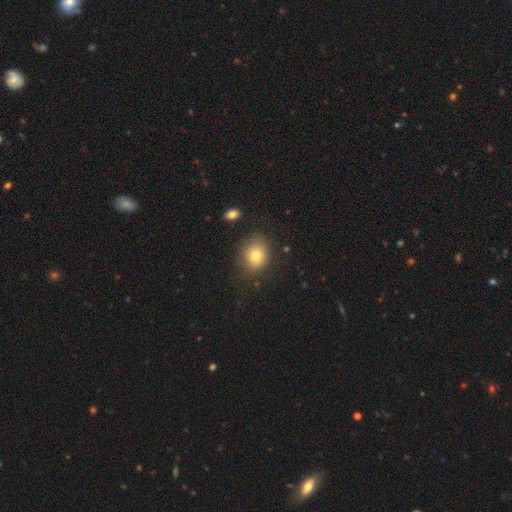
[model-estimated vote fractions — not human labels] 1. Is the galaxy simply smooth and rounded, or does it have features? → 77% smooth, 12% star or artifact, 11% featured or disk.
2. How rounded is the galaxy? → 66% round, 33% in between, 1% cigar-shaped.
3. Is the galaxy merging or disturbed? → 81% none, 13% minor disturbance, 5% major disturbance, 2% merger.